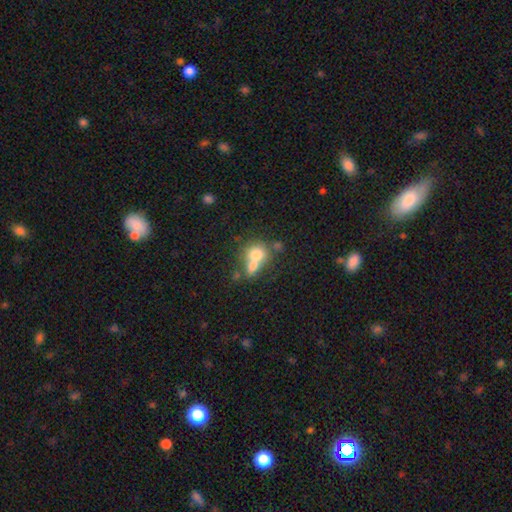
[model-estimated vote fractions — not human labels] Q: Smooth or featured?
A: smooth (69%); runner-up: featured or disk (20%)
Q: How rounded?
A: round (53%); runner-up: in between (45%)
Q: Merging?
A: merger (62%); runner-up: none (24%)